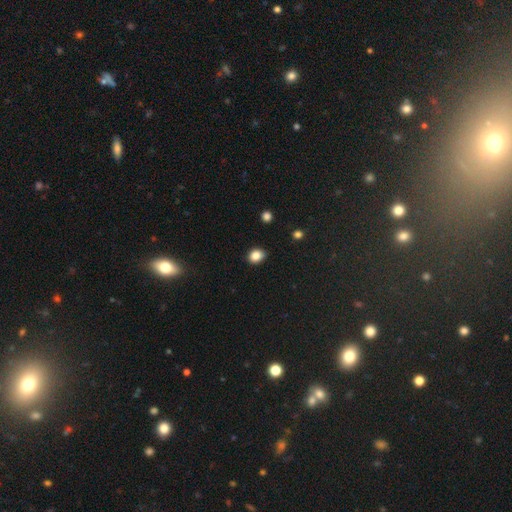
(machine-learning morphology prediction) smooth_or_featured: smooth (p=0.85) [alt: star or artifact p=0.10]
how_rounded: round (p=0.55) [alt: in between p=0.44]
merging: none (p=0.83) [alt: minor disturbance p=0.13]